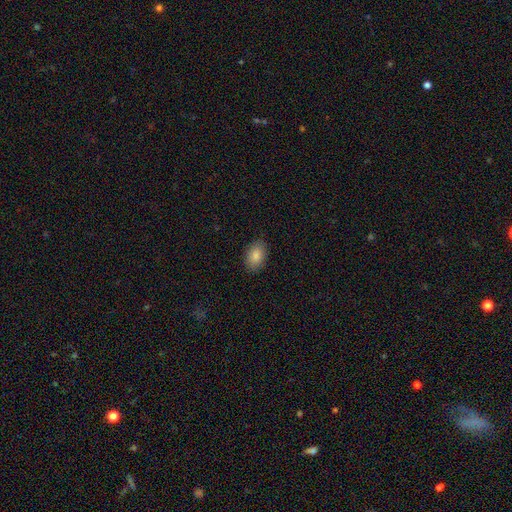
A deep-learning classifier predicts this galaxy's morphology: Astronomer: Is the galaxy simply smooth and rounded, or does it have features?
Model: smooth — 87%.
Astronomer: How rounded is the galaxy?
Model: in between — 89%.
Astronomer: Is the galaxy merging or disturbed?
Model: none — 87%.